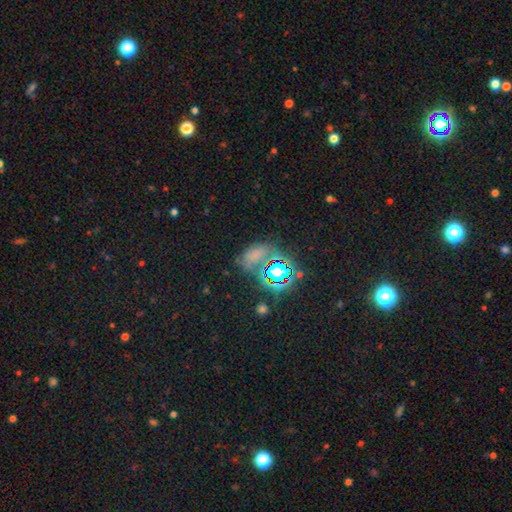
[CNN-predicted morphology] smooth-or-featured: star or artifact: 44% (tied) | smooth: 44% (tied) | featured or disk: 12%